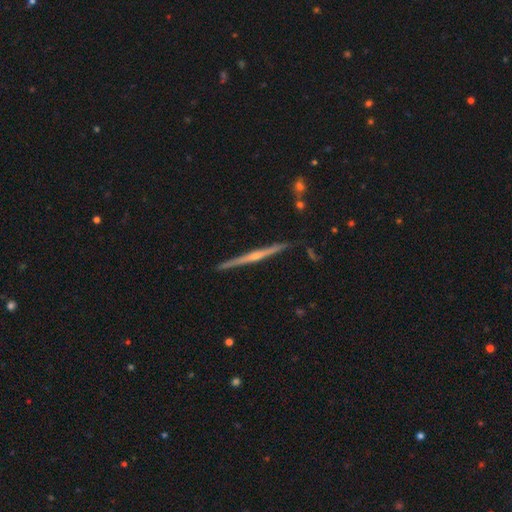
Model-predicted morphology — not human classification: smooth-or-featured: featured or disk: 81% | smooth: 13% | star or artifact: 6%
  disk-edge-on: yes: 98% | no: 2%
    edge-on-bulge: rounded: 78% | none: 17% | boxy: 5%
  merging: none: 90% | minor disturbance: 7% | merger: 1% | major disturbance: 1%